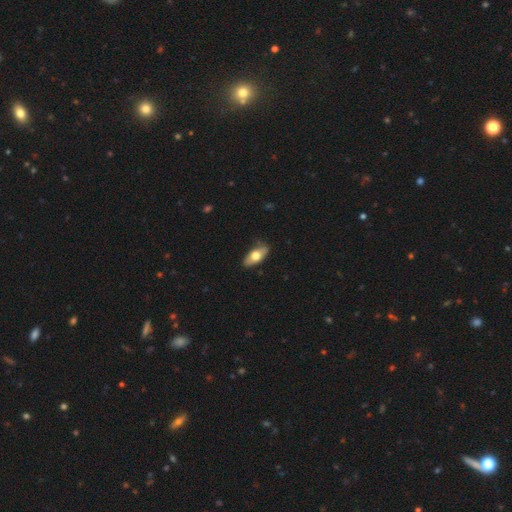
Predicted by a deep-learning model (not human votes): The model was most divided on "smooth or featured": smooth: 63%, featured or disk: 31%, star or artifact: 6%. More confident: how rounded — in between (85%); merging — none (79%).